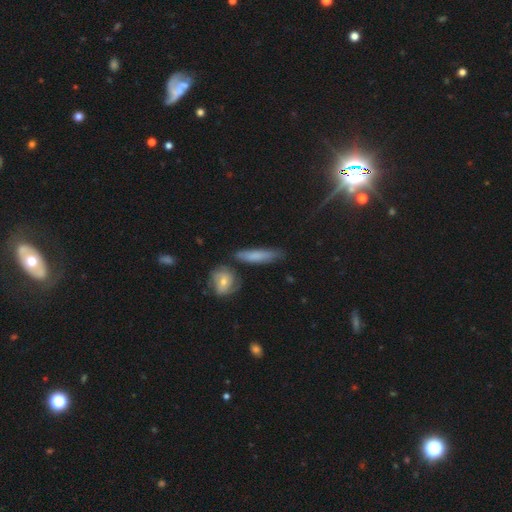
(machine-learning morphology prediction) Smooth or featured? smooth (63%)
How rounded? cigar-shaped (78%)
Merging? none (69%)